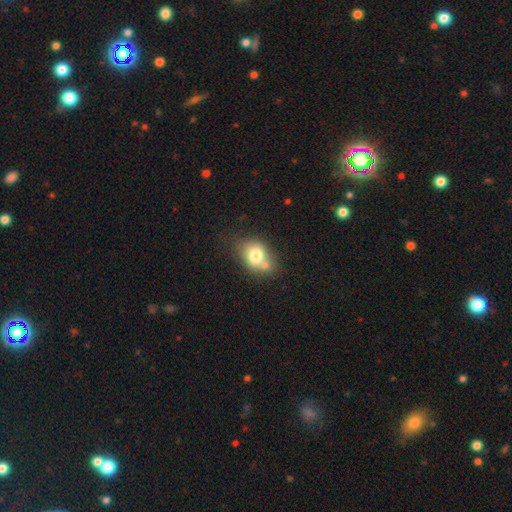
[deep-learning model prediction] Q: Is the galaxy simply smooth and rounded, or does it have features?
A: smooth — 72%.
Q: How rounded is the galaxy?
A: in between — 58%.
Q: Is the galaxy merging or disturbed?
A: none — 41%.